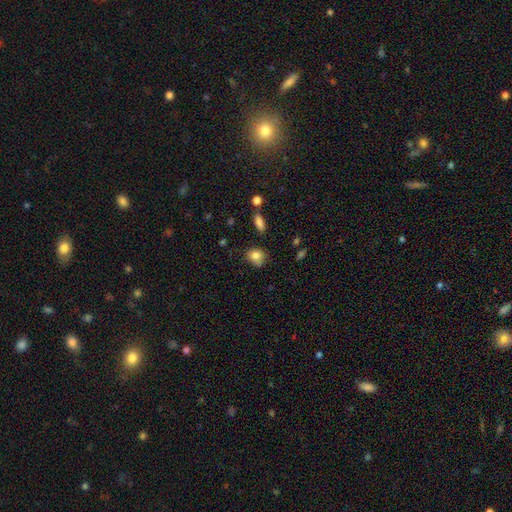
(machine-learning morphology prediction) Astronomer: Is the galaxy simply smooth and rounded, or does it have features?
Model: smooth — 82%.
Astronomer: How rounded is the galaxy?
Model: round — 66%.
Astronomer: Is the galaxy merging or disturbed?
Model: none — 67%.